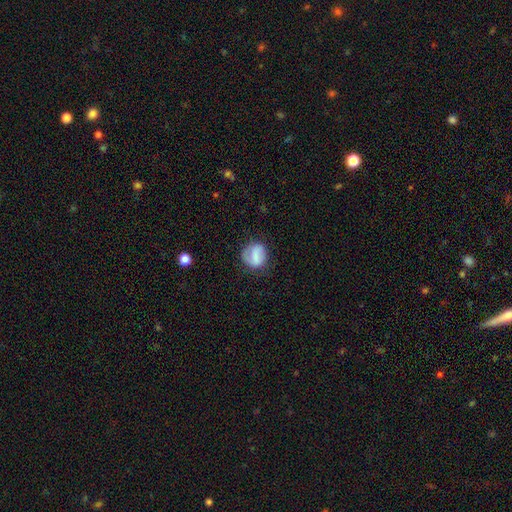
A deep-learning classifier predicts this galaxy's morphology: Smooth or featured?
  - smooth: 62% *
  - featured or disk: 30%
  - star or artifact: 8%
How rounded?
  - round: 73% *
  - in between: 25%
  - cigar-shaped: 1%
Merging?
  - none: 61% *
  - minor disturbance: 24%
  - major disturbance: 12%
  - merger: 2%